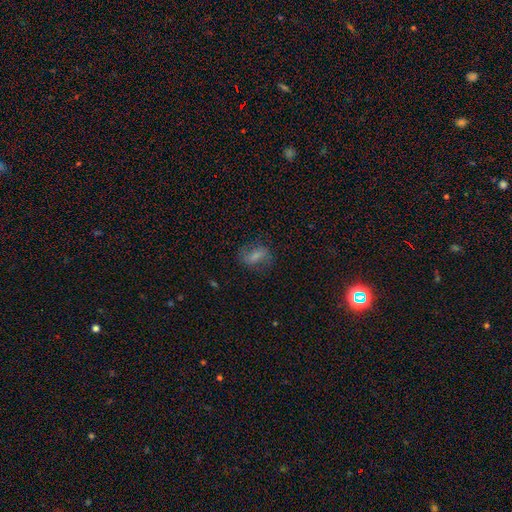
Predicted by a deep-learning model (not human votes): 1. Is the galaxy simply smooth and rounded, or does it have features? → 62% smooth, 27% featured or disk, 11% star or artifact.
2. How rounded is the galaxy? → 78% in between, 14% round, 7% cigar-shaped.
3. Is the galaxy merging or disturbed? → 69% none, 19% minor disturbance, 11% major disturbance, 2% merger.